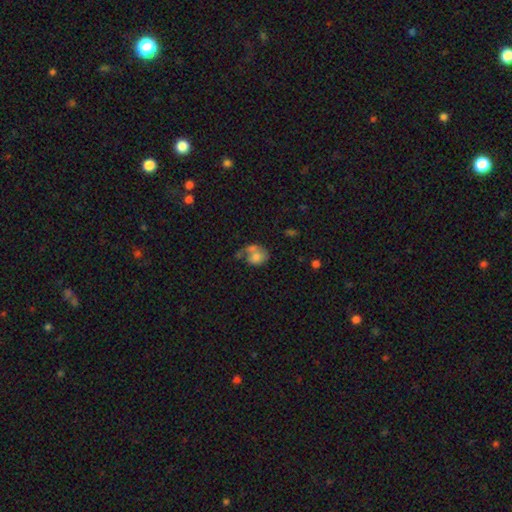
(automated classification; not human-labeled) This appears to be a smooth galaxy with no disk features (62%) that is in between round and cigar-shaped (56%). Merging: merger (28%, tied with none).